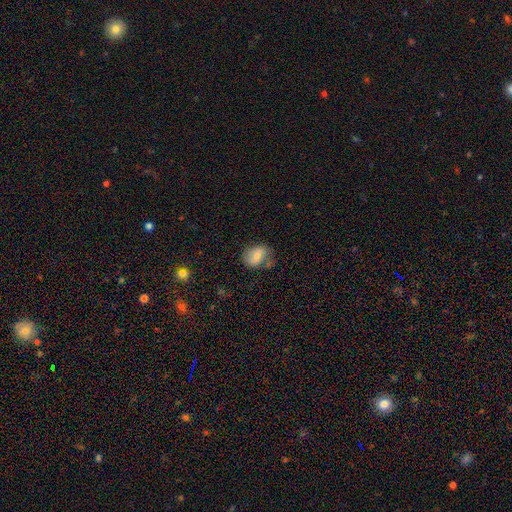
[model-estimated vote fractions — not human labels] Smooth or featured?
  - smooth: 68% *
  - featured or disk: 24%
  - star or artifact: 8%
How rounded?
  - in between: 67% *
  - round: 31%
  - cigar-shaped: 1%
Merging?
  - none: 59% *
  - minor disturbance: 26%
  - major disturbance: 9%
  - merger: 6%